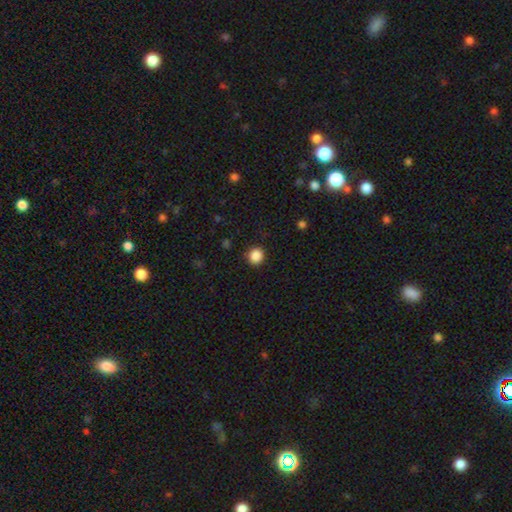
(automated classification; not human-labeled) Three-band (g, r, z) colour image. It shows a smooth galaxy with no disk features (88%) that is round (91%). Merging: none (91%).